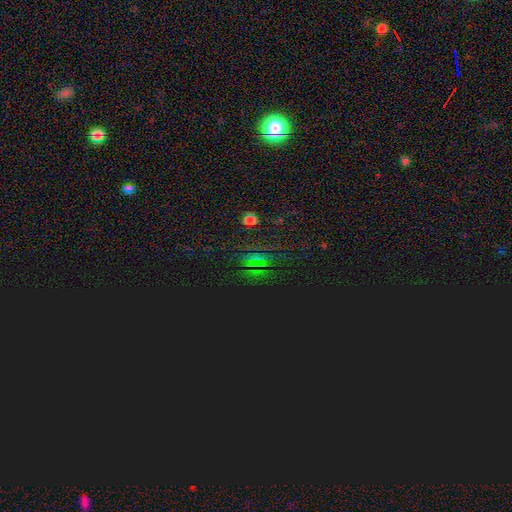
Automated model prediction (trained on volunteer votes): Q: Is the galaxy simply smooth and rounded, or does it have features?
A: star or artifact — 67%.